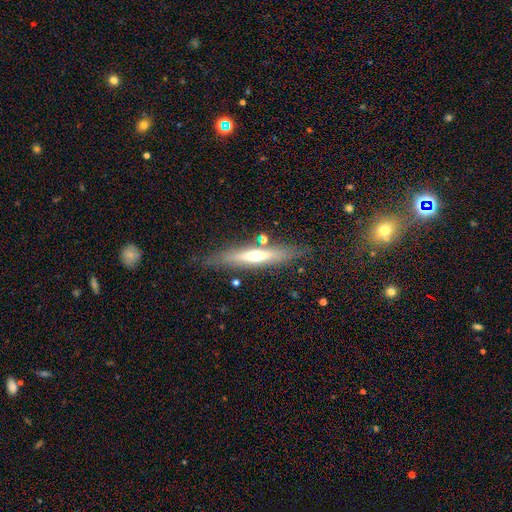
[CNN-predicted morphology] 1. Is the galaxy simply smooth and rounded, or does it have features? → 56% featured or disk, 36% smooth, 7% star or artifact.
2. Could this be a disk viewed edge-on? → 87% yes, 13% no.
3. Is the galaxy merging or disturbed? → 78% none, 13% minor disturbance, 4% merger, 4% major disturbance.